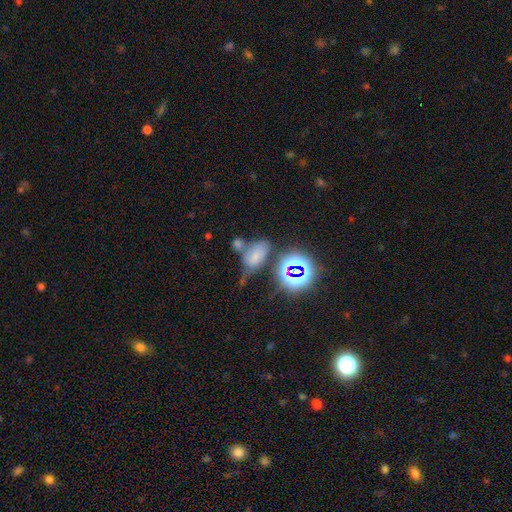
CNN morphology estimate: Smooth or featured?
  - smooth: 55% *
  - star or artifact: 29%
  - featured or disk: 16%
How rounded?
  - in between: 86% *
  - round: 11%
  - cigar-shaped: 3%
Merging?
  - none: 40% *
  - merger: 26%
  - minor disturbance: 21%
  - major disturbance: 13%